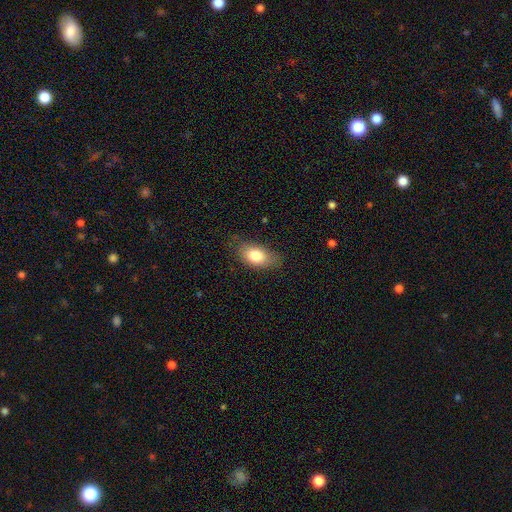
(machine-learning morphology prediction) smooth-or-featured: smooth: 80% | featured or disk: 12% | star or artifact: 8%
  how-rounded: in between: 89% | round: 7% | cigar-shaped: 4%
  merging: none: 75% | minor disturbance: 19% | major disturbance: 5% | merger: 1%